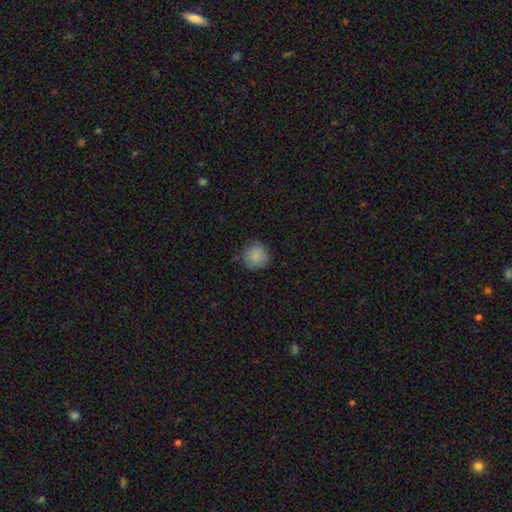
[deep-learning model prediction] Smooth or featured? Predicted: smooth (p=0.86). How rounded? Predicted: round (p=0.93). Merging? Predicted: none (p=0.78).